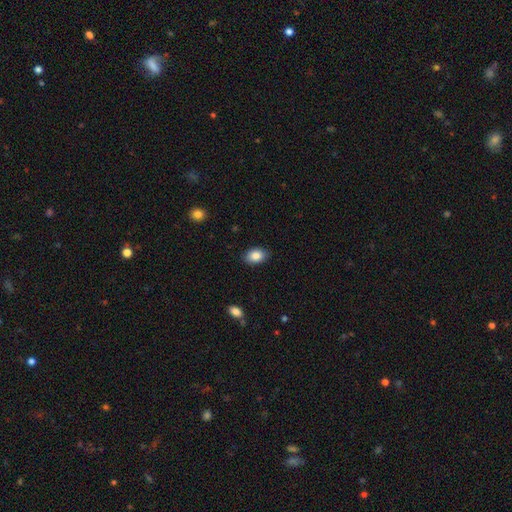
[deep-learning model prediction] Smooth or featured: smooth — 86% (star or artifact — 8%)
How rounded: in between — 86% (round — 13%)
Merging: none — 87% (minor disturbance — 10%)